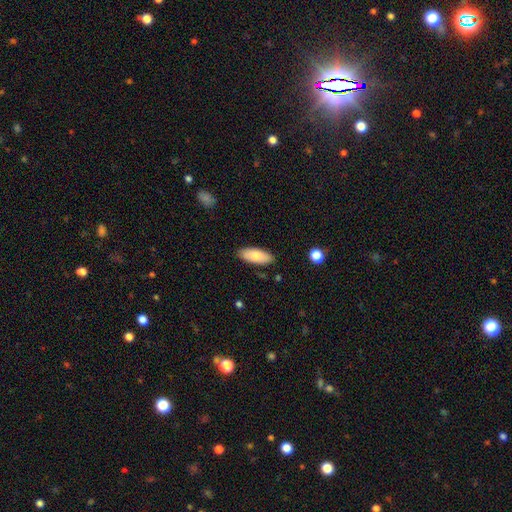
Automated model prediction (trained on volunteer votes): Smooth or featured: smooth — 80% (featured or disk — 14%)
How rounded: in between — 79% (cigar-shaped — 19%)
Merging: none — 86% (minor disturbance — 11%)